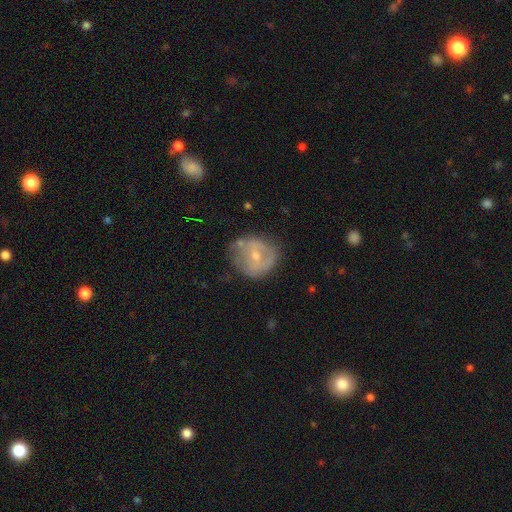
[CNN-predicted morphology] type=featured or disk (58%); edge-on=no (97%); bar=no (48%); spiral arms=yes (53%); bulge=small (52%); merging=none (58%).